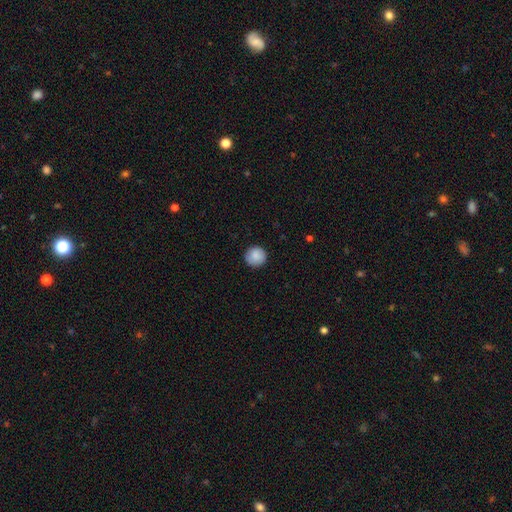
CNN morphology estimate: The model was most divided on "smooth or featured": smooth: 88%, star or artifact: 8%, featured or disk: 5%. More confident: how rounded — round (95%); merging — none (90%).